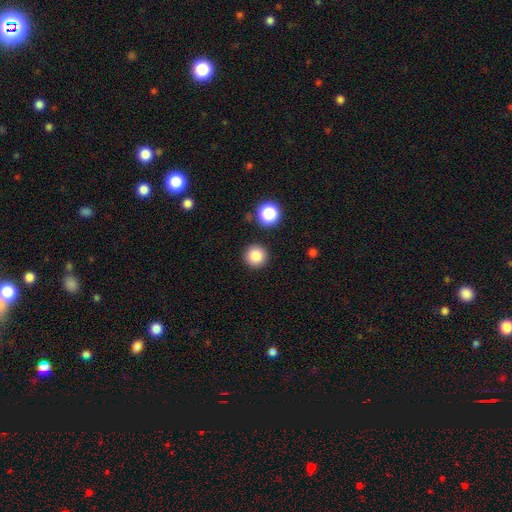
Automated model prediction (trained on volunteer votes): This appears to be a smooth galaxy with no disk features (83%) that is round (96%). Merging: none (90%).